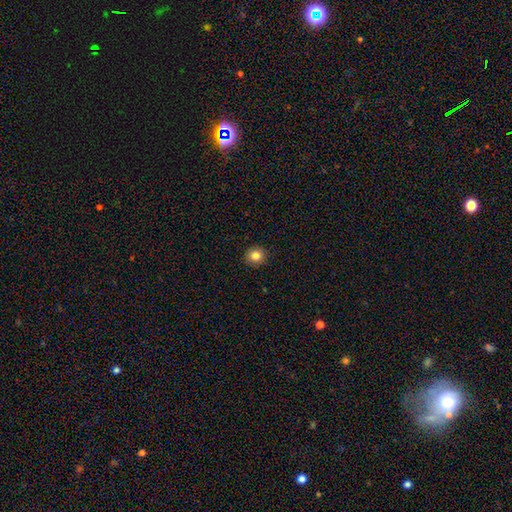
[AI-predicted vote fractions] Smooth or featured: smooth — 83% (star or artifact — 11%)
How rounded: round — 87% (in between — 12%)
Merging: none — 91% (minor disturbance — 6%)